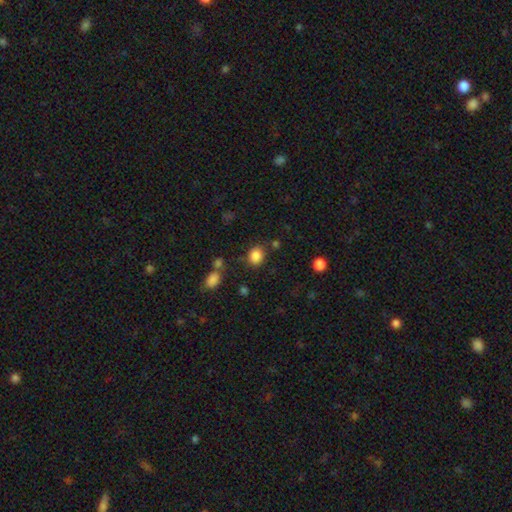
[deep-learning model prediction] Morphology: type=smooth (85%); roundness=round (61%); merging=none (77%).